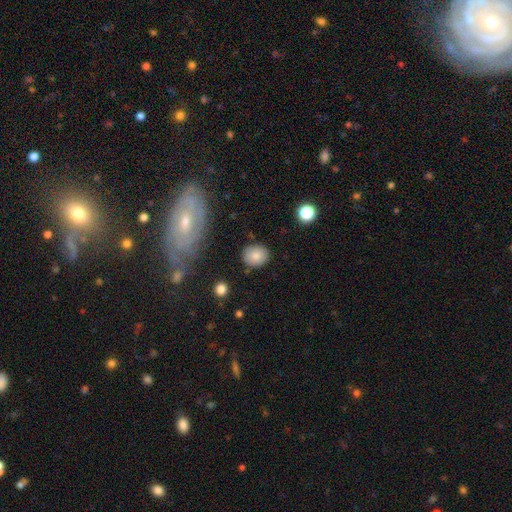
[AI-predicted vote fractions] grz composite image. It shows a smooth galaxy with no disk features (82%) that is round (62%). Merging: none (83%).